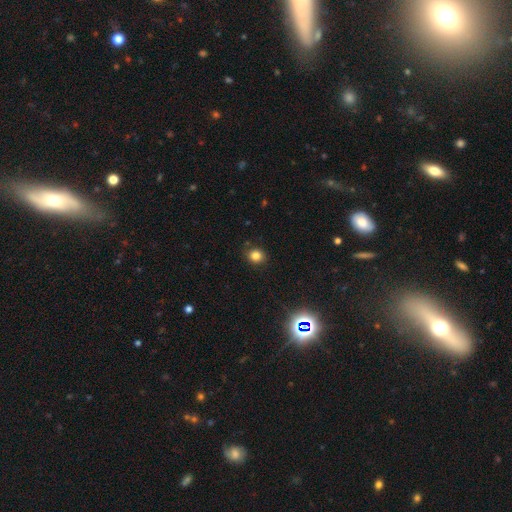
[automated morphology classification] This appears to be a smooth galaxy with no disk features (81%) that is round (81%). Merging: none (88%).